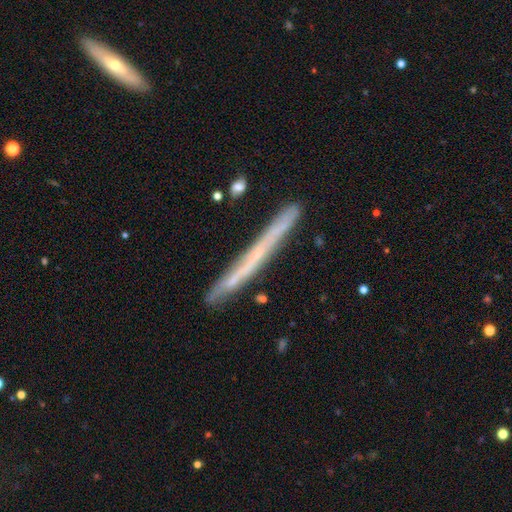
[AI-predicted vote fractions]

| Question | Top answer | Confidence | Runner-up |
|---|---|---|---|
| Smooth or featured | featured or disk | 56% | smooth (37%) |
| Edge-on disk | yes | 95% | no (5%) |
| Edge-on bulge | none | 88% | rounded (9%) |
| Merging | none | 85% | minor disturbance (12%) |